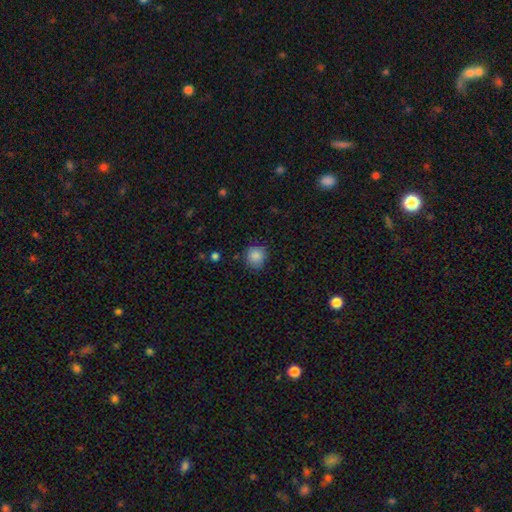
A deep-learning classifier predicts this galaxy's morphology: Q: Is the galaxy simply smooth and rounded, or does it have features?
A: smooth — 86%.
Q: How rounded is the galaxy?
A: round — 86%.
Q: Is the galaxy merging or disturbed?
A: none — 78%.